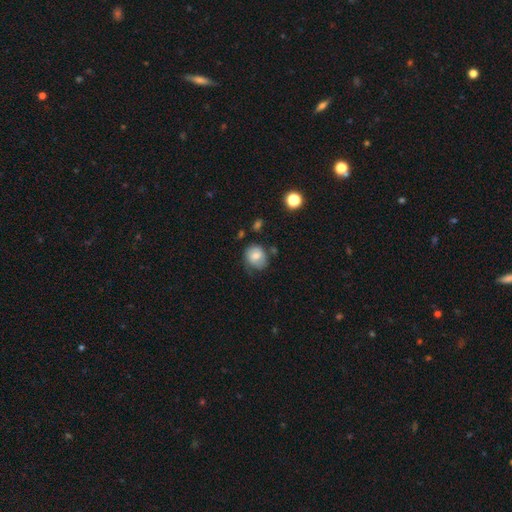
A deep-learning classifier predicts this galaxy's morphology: Overall: smooth (68%). How rounded: round (68%; in between 31%). Merging: none (56%; minor disturbance 30%).